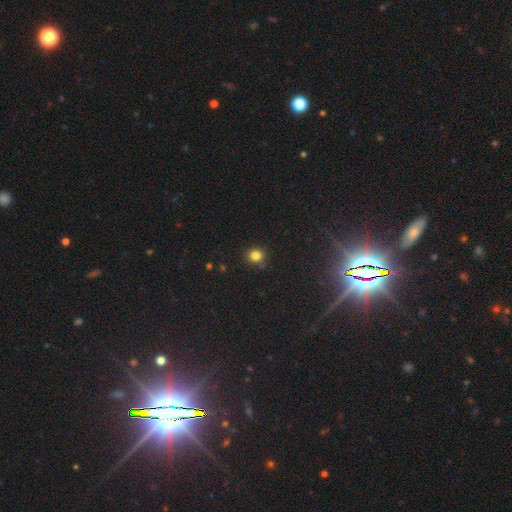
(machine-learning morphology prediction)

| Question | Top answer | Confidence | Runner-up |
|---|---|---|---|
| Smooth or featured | smooth | 82% | star or artifact (13%) |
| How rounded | round | 86% | in between (13%) |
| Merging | none | 85% | minor disturbance (9%) |